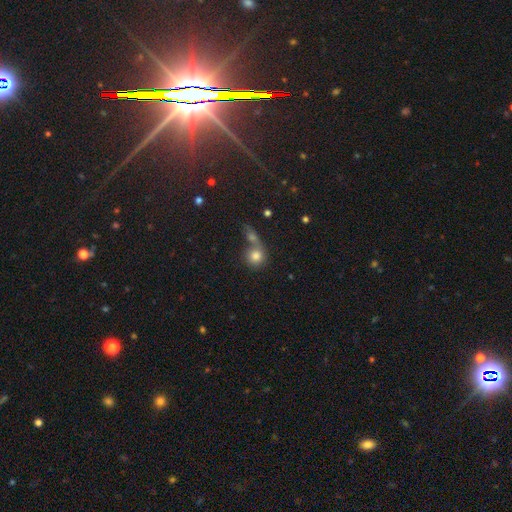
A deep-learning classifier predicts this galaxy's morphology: smooth-or-featured: smooth: 80% | featured or disk: 10% | star or artifact: 10%
  how-rounded: round: 85% | in between: 13% | cigar-shaped: 2%
  merging: merger: 48% | none: 38% | minor disturbance: 9% | major disturbance: 5%